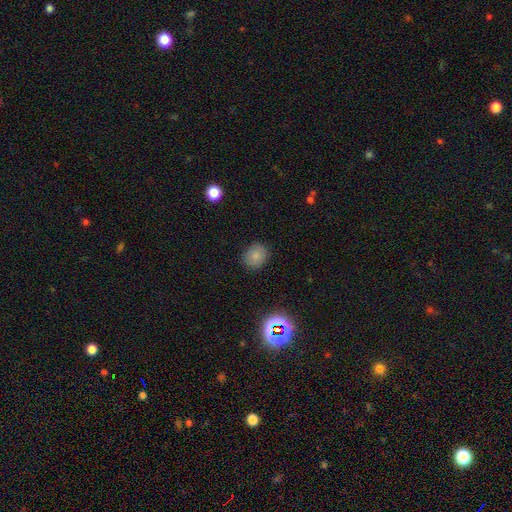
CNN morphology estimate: Smooth or featured? Predicted: smooth (p=0.80). How rounded? Predicted: round (p=0.64). Merging? Predicted: none (p=0.87).